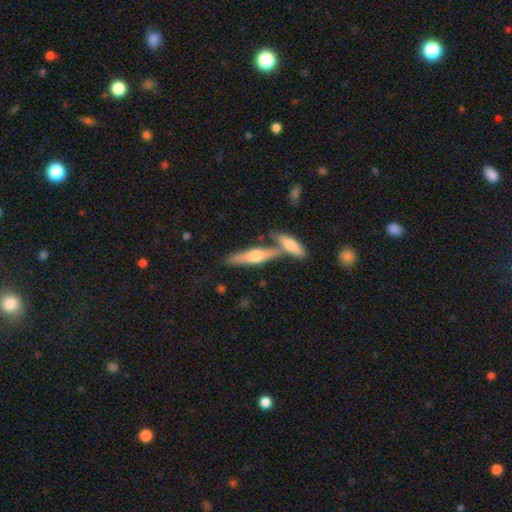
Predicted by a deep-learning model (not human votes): Overall: featured or disk (56%; smooth 38%). Edge-on disk: yes (94%). Edge-on bulge: rounded (90%). Merging: none (62%; merger 25%).